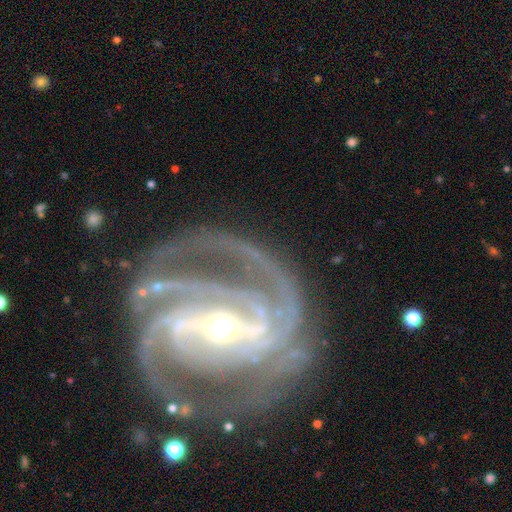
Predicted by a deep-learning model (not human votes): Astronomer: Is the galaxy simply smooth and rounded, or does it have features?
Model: featured or disk — 93%.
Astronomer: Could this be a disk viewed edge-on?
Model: no — 98%.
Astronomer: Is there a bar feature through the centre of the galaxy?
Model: strong — 70%.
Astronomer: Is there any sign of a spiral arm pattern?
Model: yes — 98%.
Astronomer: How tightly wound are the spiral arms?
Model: tight — 55% (runner-up: medium, 39%).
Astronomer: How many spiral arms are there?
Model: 3 — 36% (runner-up: 2, 26%).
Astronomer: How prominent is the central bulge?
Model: moderate — 49% (runner-up: small, 46%).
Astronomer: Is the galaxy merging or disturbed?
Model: none — 73%.